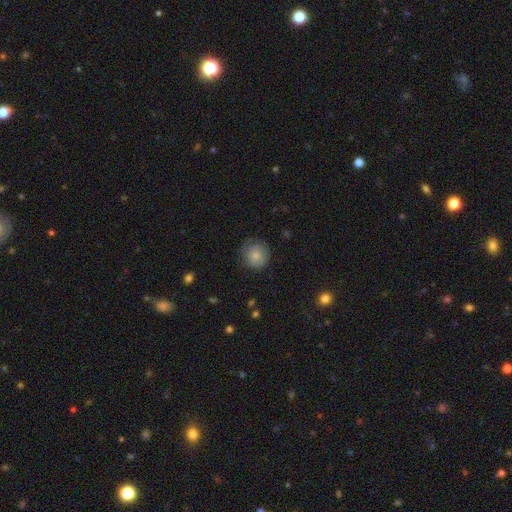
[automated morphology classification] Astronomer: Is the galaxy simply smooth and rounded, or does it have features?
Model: smooth — 81%.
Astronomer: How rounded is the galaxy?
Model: round — 90%.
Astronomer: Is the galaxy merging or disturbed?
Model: none — 74%.